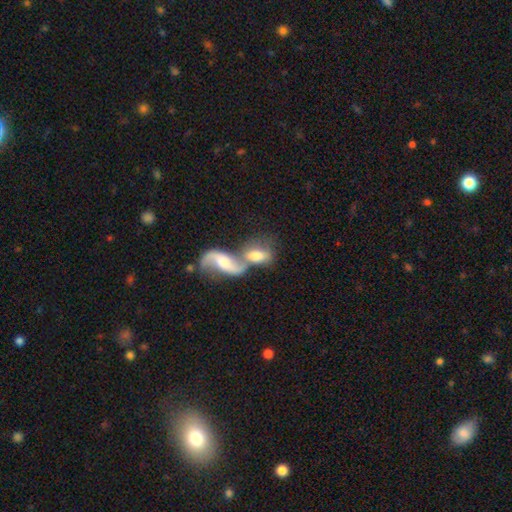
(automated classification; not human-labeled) This is possibly a smooth galaxy (49%). Merging: likely merger (72%).